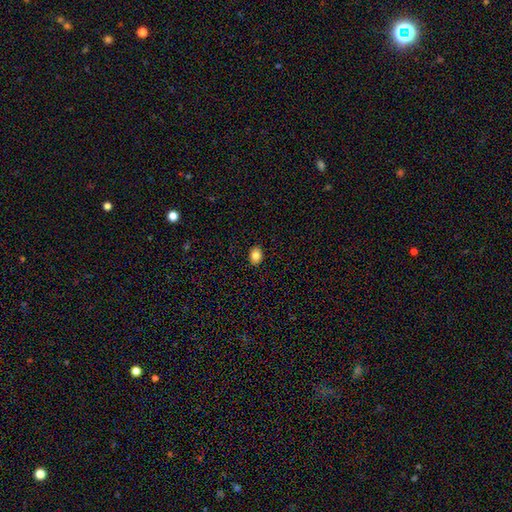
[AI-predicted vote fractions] smooth_or_featured: smooth (p=0.85) [alt: star or artifact p=0.09]
how_rounded: in between (p=0.66) [alt: round p=0.33]
merging: none (p=0.91) [alt: minor disturbance p=0.07]